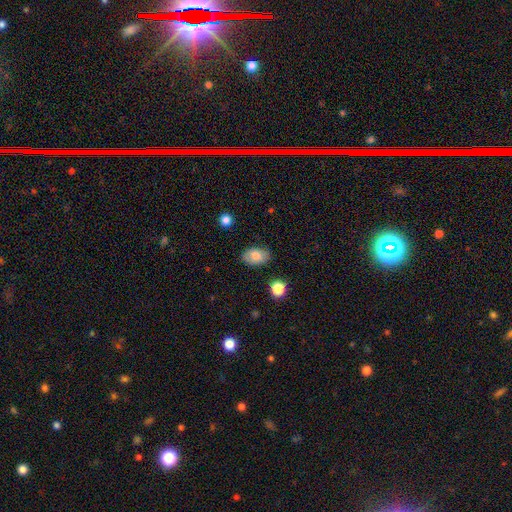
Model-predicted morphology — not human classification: Smooth or featured: smooth — 75% (featured or disk — 17%)
How rounded: in between — 90% (round — 9%)
Merging: none — 84% (minor disturbance — 12%)